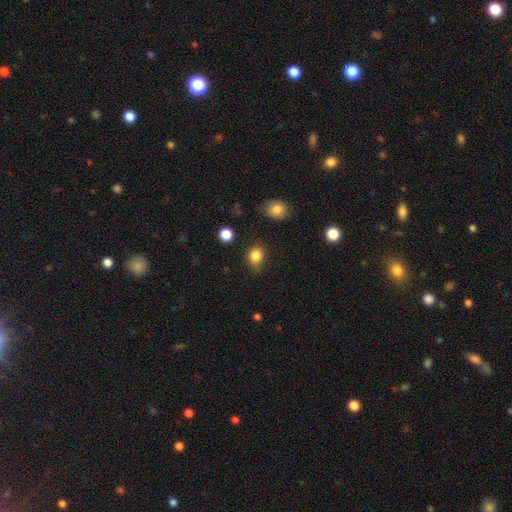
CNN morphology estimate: Smooth or featured: smooth — 84% (star or artifact — 11%)
How rounded: round — 60% (in between — 39%)
Merging: none — 77% (minor disturbance — 17%)